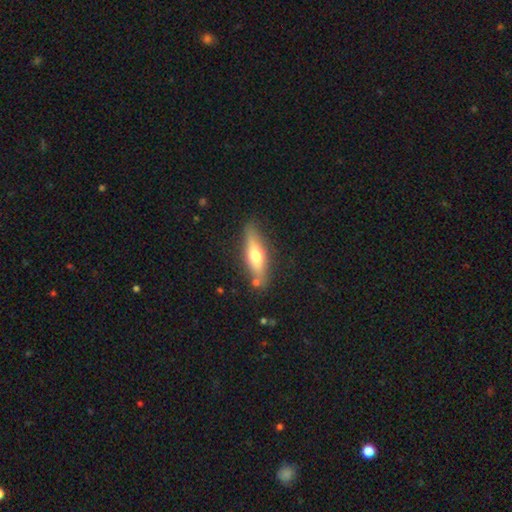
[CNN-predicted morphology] type=smooth (52%); roundness=cigar-shaped (63%); merging=none (79%).